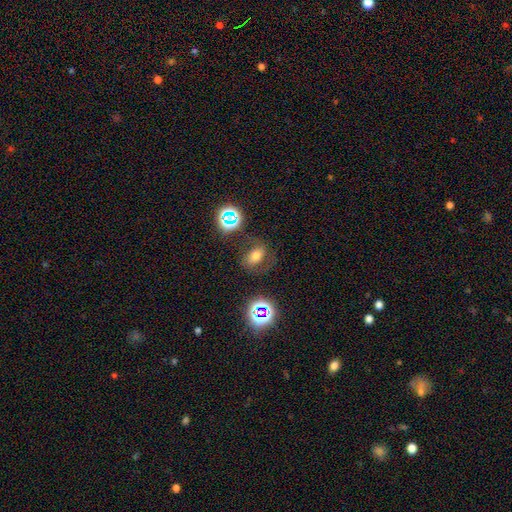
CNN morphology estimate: type=smooth (53%); roundness=in between (71%); merging=none (68%).